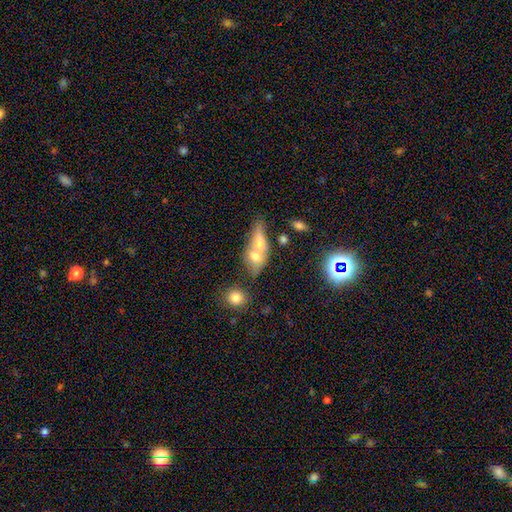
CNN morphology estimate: The model was most divided on "merging": merger: 46%, none: 36%, minor disturbance: 11%, major disturbance: 7%. Remaining: smooth or featured — smooth (47%).